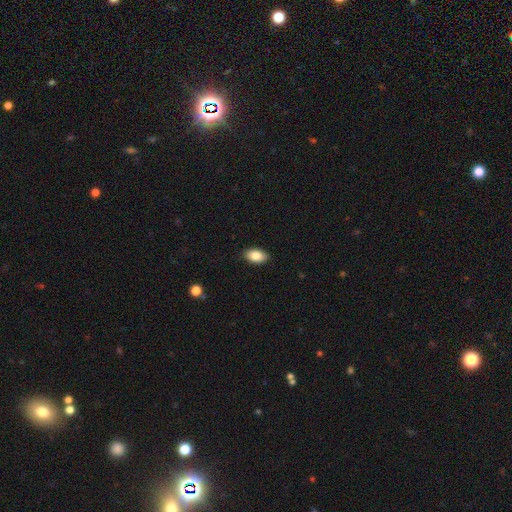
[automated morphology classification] Overall: smooth (86%). How rounded: in between (92%). Merging: none (89%).